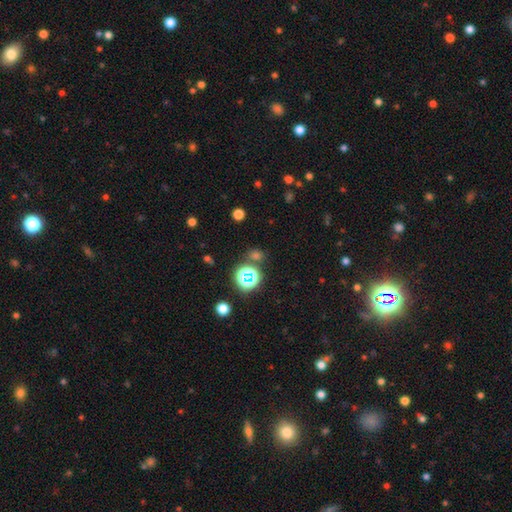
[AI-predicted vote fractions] Smooth or featured?
  - star or artifact: 49% *
  - smooth: 44%
  - featured or disk: 7%